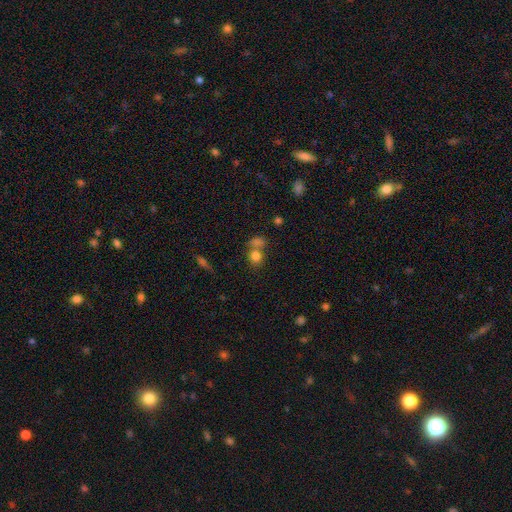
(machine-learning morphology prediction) Q: Smooth or featured?
A: smooth (79%); runner-up: star or artifact (12%)
Q: How rounded?
A: round (66%); runner-up: in between (33%)
Q: Merging?
A: none (47%); runner-up: merger (39%)